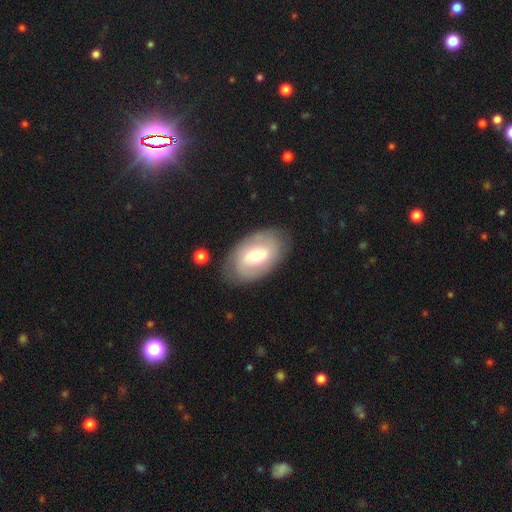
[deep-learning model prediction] Morphology: type=featured or disk (54%); edge-on=no (94%); bar=weak (47%); spiral arms=yes (66%); bulge=moderate (63%); merging=none (80%).